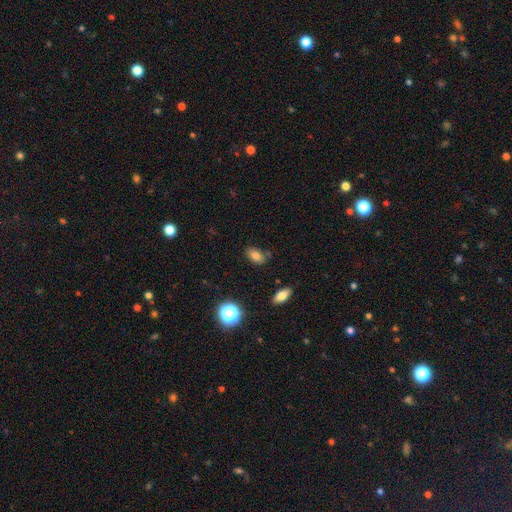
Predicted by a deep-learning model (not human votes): Smooth or featured?
  - smooth: 80% *
  - star or artifact: 12%
  - featured or disk: 8%
How rounded?
  - in between: 87% *
  - round: 11%
  - cigar-shaped: 3%
Merging?
  - none: 77% *
  - minor disturbance: 15%
  - merger: 5%
  - major disturbance: 3%